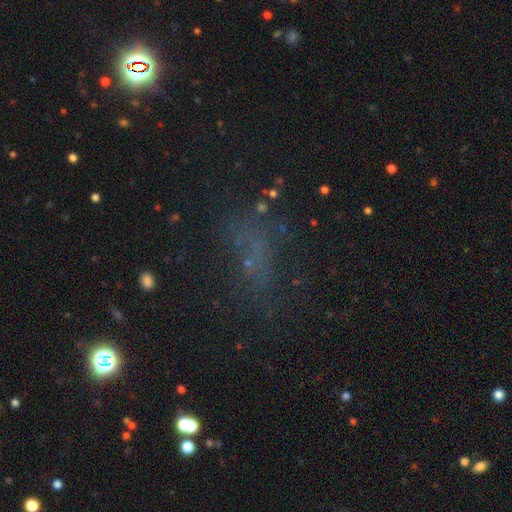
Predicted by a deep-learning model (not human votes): A star or artifact, not a galaxy (41%).

Vote fractions:
- Smooth or featured? star or artifact: 41% / smooth: 37% / featured or disk: 22%